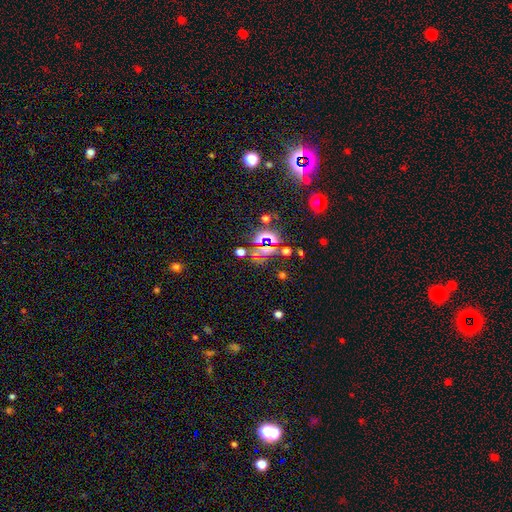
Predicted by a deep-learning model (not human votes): This appears to be a star or artifact, not a galaxy (73%).